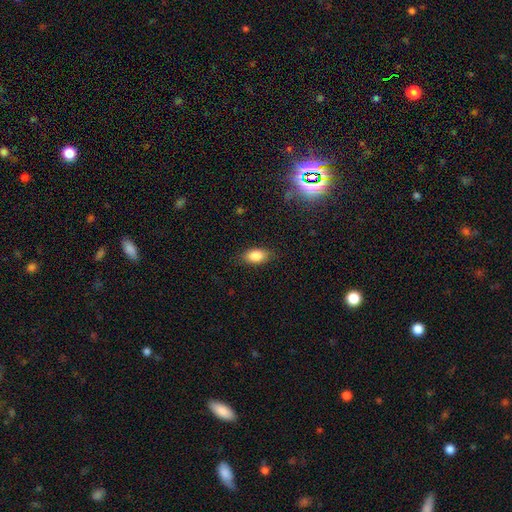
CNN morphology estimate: The model was most divided on "merging": none: 83%, minor disturbance: 13%, major disturbance: 3%, merger: 1%. More confident: how rounded — in between (90%); smooth or featured — smooth (85%).